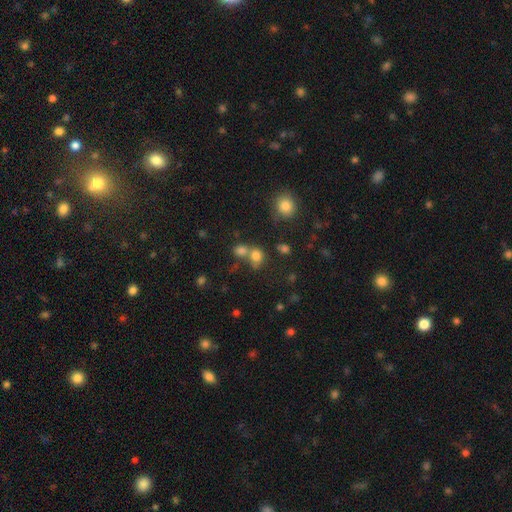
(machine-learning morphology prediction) Smooth or featured?
  - smooth: 75% *
  - star or artifact: 16%
  - featured or disk: 9%
How rounded?
  - round: 67% *
  - in between: 31%
  - cigar-shaped: 1%
Merging?
  - merger: 45% *
  - none: 41%
  - minor disturbance: 9%
  - major disturbance: 5%